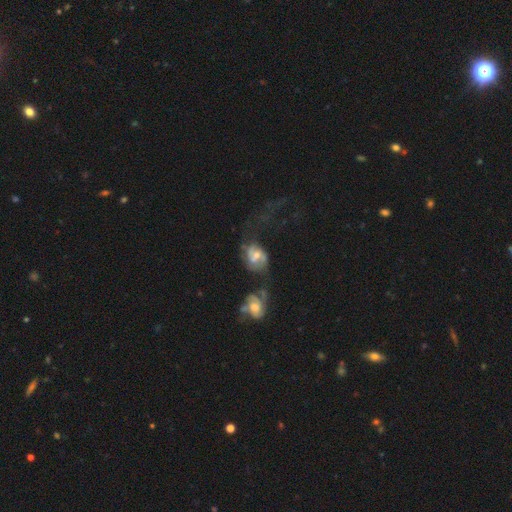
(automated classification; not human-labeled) A featured or disk galaxy (67%) with no bar (48%), spiral arms (76%) and a moderate central bulge (57%).

Vote fractions:
- Smooth or featured? featured or disk: 67% / smooth: 23% / star or artifact: 10%
- Edge-on disk? no: 97% / yes: 3%
- Bar? no: 48% / weak: 41% / strong: 11%
- Spiral arms? yes: 76% / no: 24%
- Bulge size? moderate: 57% / small: 33% / large: 5% / none: 4% / dominant: 1%
- Merging? merger: 35% / none: 25% / major disturbance: 23% / minor disturbance: 16%